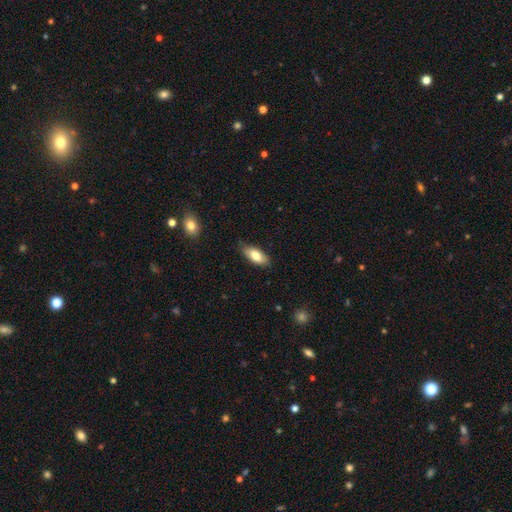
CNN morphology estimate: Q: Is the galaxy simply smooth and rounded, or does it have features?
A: smooth — 80%.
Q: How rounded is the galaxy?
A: in between — 85%.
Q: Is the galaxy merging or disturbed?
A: none — 79%.